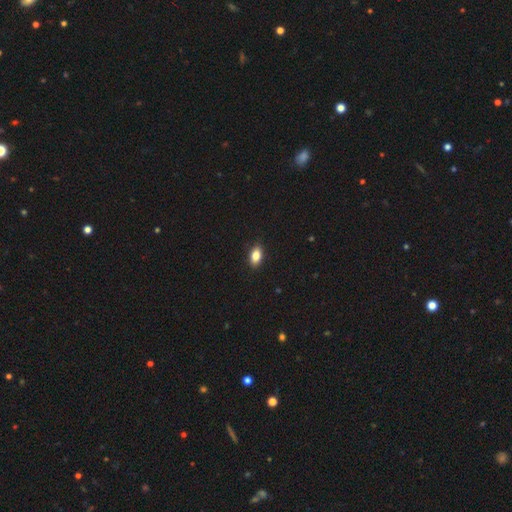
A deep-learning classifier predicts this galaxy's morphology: smooth 84%, star or artifact 8%, featured or disk 8%. Down the decision tree: how rounded — in between (89%); merging — none (90%).